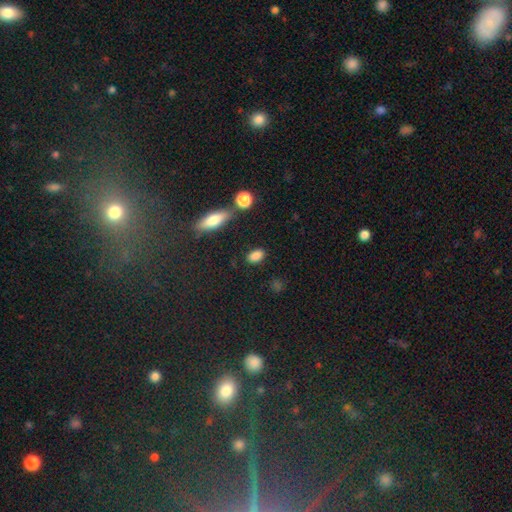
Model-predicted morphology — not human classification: Smooth or featured? smooth (86%)
How rounded? in between (84%)
Merging? none (83%)